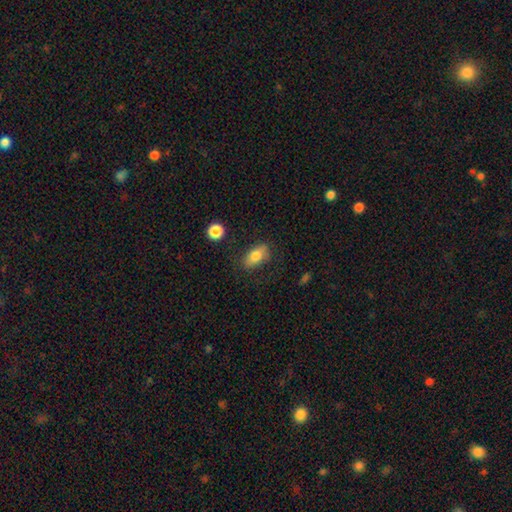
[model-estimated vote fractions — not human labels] Overall: smooth (77%). How rounded: in between (87%). Merging: none (78%).